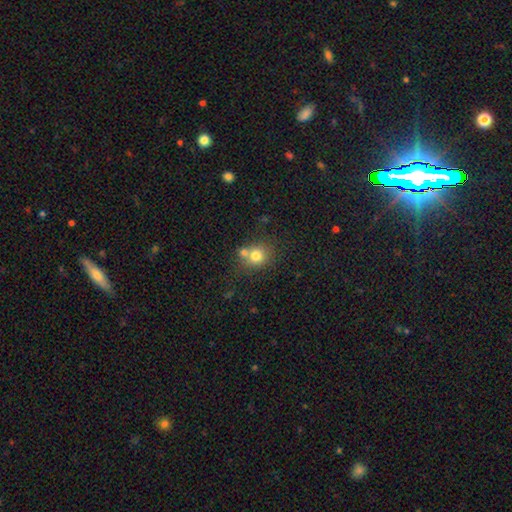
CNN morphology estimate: smooth 76%, star or artifact 13%, featured or disk 11%. Down the decision tree: how rounded — round (81%); merging — none (54%).